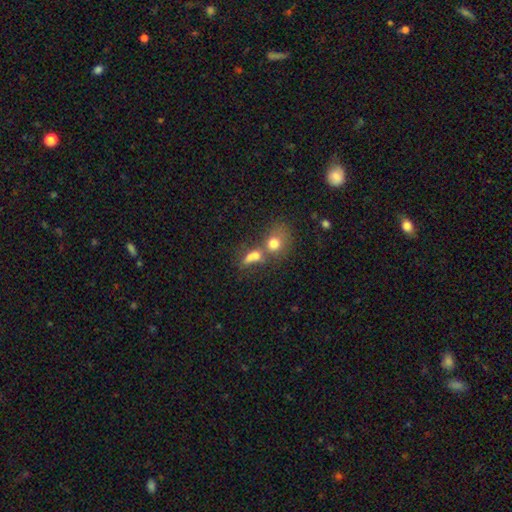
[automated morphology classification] Smooth or featured? Predicted: smooth (p=0.70). How rounded? Predicted: in between (p=0.53). Merging? Predicted: merger (p=0.59).